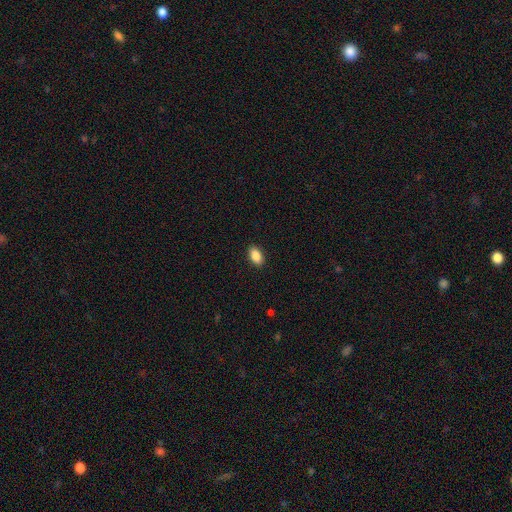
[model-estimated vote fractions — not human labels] A smooth galaxy with no disk features (89%) that is in between round and cigar-shaped (92%).

Vote fractions:
- Smooth or featured? smooth: 89% / star or artifact: 7% / featured or disk: 4%
- How rounded? in between: 92% / round: 6% / cigar-shaped: 2%
- Merging? none: 90% / minor disturbance: 7% / major disturbance: 2% / merger: 1%